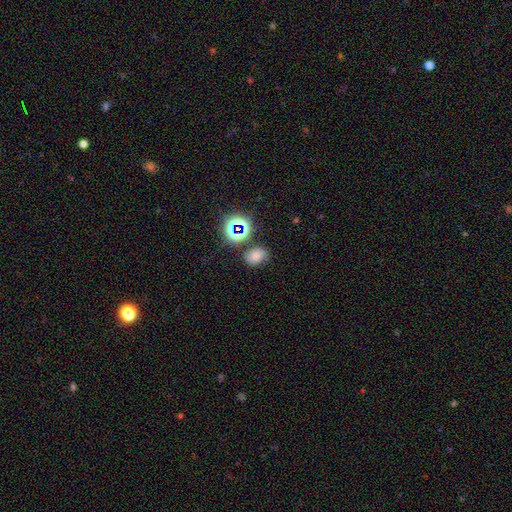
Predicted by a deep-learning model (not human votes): The model was most divided on "how rounded": in between: 69%, round: 30%, cigar-shaped: 1%. More confident: merging — none (70%); smooth or featured — smooth (64%).